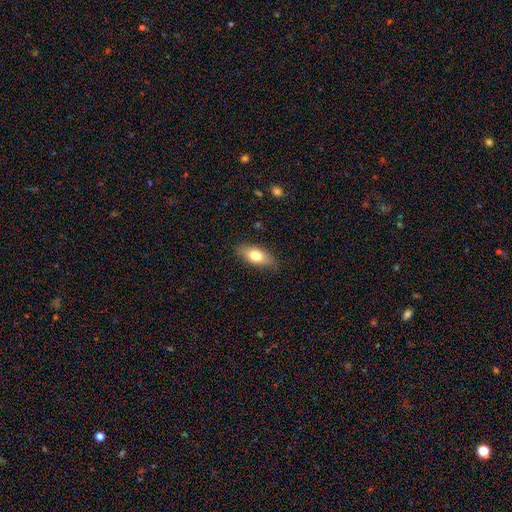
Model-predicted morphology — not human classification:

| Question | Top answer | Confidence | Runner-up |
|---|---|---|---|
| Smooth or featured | smooth | 74% | featured or disk (19%) |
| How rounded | in between | 82% | cigar-shaped (14%) |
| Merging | none | 85% | minor disturbance (11%) |